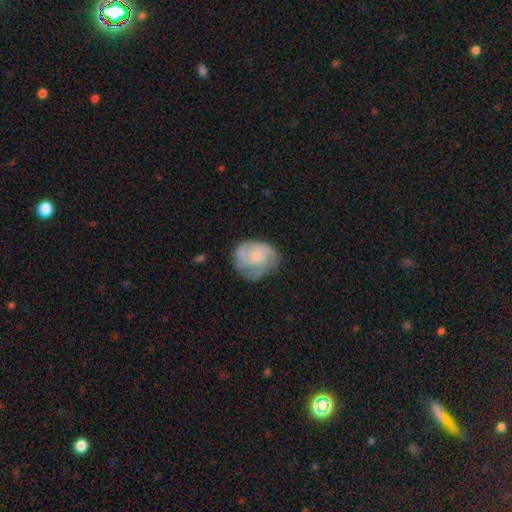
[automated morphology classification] Smooth or featured: featured or disk — 59% (smooth — 34%)
Edge-on disk: no — 98% (yes — 2%)
Bar: no — 80% (weak — 17%)
Spiral arms: yes — 74% (no — 26%)
Bulge size: small — 54% (moderate — 29%)
Merging: none — 53% (minor disturbance — 27%)